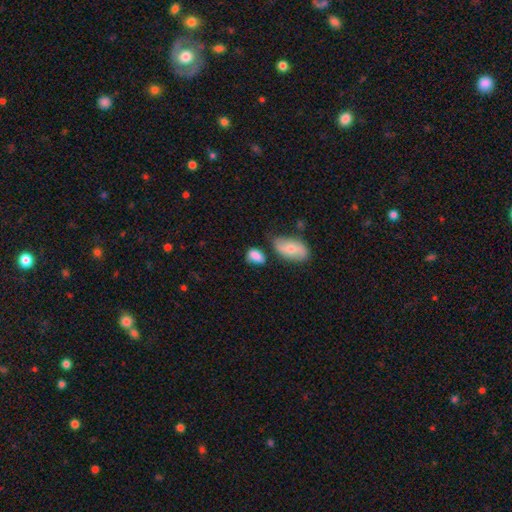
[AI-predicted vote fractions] Overall: smooth (82%). How rounded: in between (83%). Merging: none (53%; minor disturbance 27%).